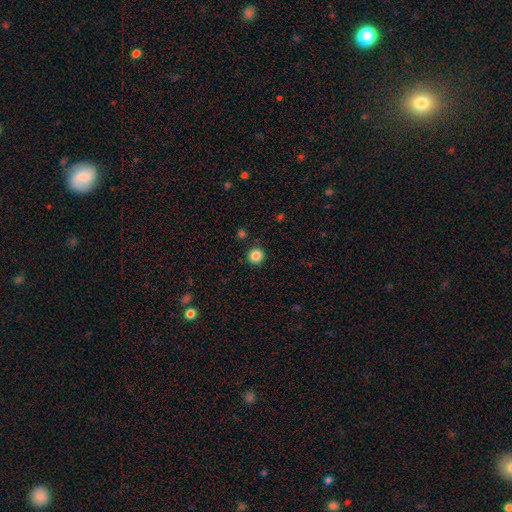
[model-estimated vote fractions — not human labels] Q: Smooth or featured?
A: smooth (86%); runner-up: star or artifact (11%)
Q: How rounded?
A: round (94%); runner-up: in between (5%)
Q: Merging?
A: none (90%); runner-up: minor disturbance (6%)